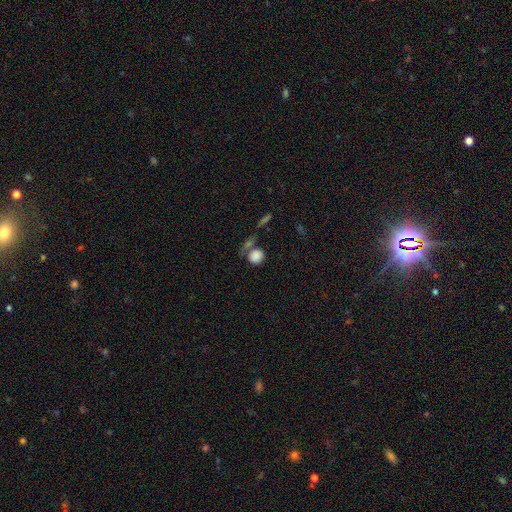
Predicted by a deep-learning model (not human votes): smooth_or_featured: smooth (p=0.83) [alt: star or artifact p=0.10]
how_rounded: round (p=0.82) [alt: in between p=0.16]
merging: none (p=0.54) [alt: merger p=0.25]